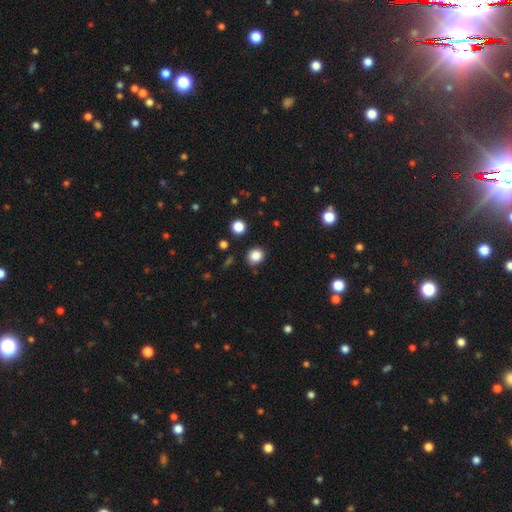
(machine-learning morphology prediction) Smooth or featured? Predicted: smooth (p=0.85). How rounded? Predicted: round (p=0.75). Merging? Predicted: none (p=0.83).